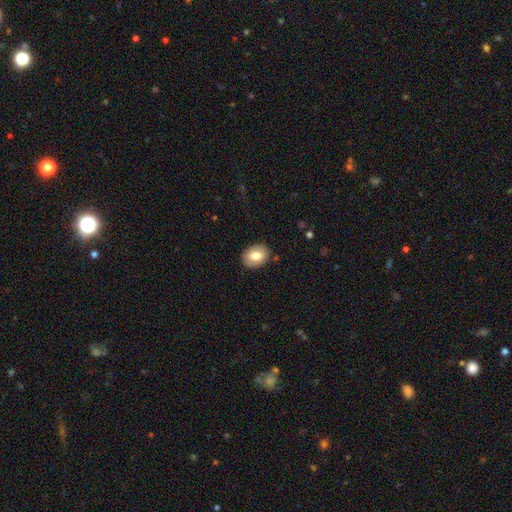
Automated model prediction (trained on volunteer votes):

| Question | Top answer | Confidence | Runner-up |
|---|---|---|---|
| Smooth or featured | smooth | 77% | featured or disk (16%) |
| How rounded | in between | 69% | round (30%) |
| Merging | none | 87% | minor disturbance (9%) |